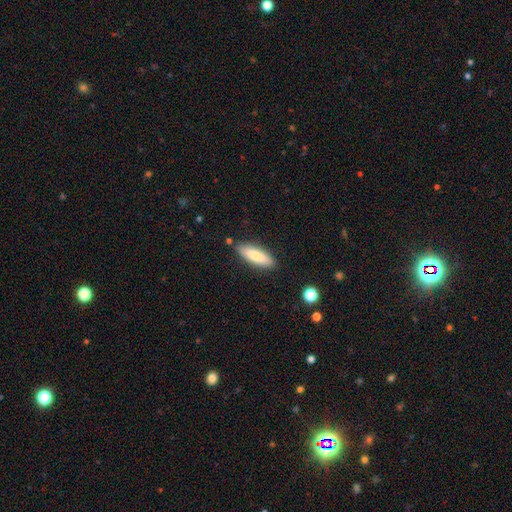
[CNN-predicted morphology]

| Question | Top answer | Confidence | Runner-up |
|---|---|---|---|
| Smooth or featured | smooth | 81% | featured or disk (13%) |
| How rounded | cigar-shaped | 53% | in between (46%) |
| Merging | none | 85% | minor disturbance (11%) |